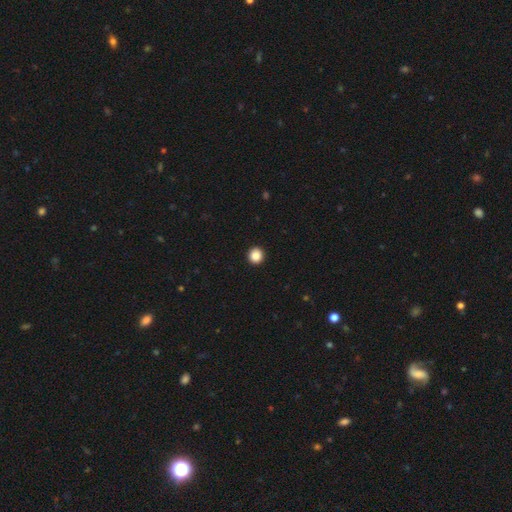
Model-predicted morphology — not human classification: The model was most divided on "smooth or featured": smooth: 87%, star or artifact: 10%, featured or disk: 3%. More confident: how rounded — round (94%); merging — none (94%).